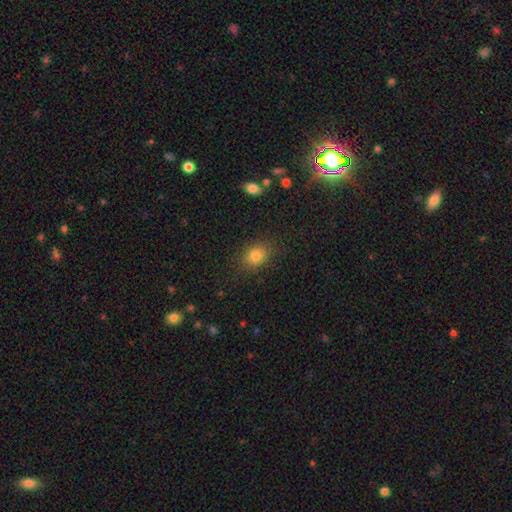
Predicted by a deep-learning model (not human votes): Smooth or featured: smooth — 83% (star or artifact — 11%)
How rounded: in between — 55% (round — 43%)
Merging: none — 82% (minor disturbance — 12%)